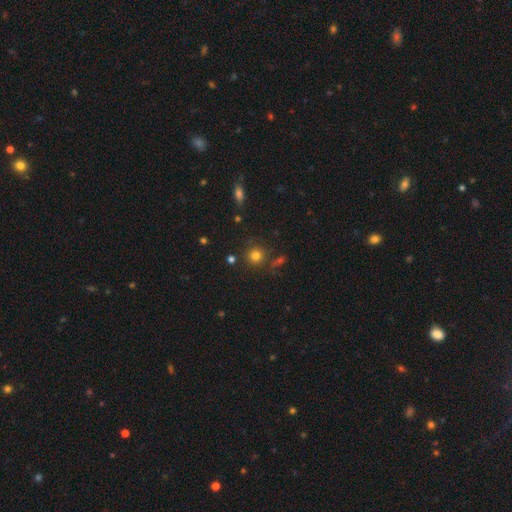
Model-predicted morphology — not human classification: type=smooth (77%); roundness=round (92%); merging=none (82%).